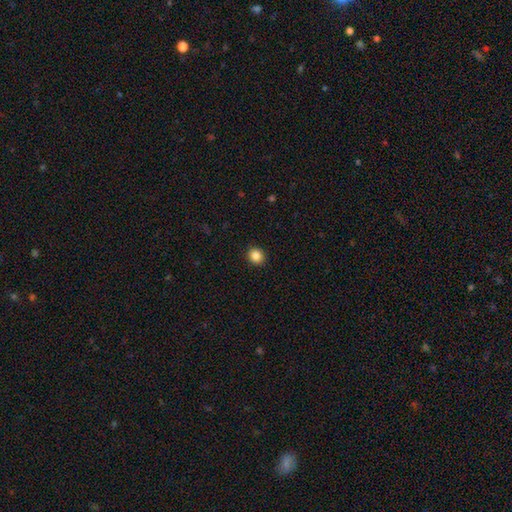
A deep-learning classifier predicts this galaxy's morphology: smooth-or-featured: smooth: 86% | star or artifact: 10% | featured or disk: 4%
  how-rounded: round: 84% | in between: 15% | cigar-shaped: 1%
  merging: none: 92% | minor disturbance: 5% | major disturbance: 2% | merger: 1%